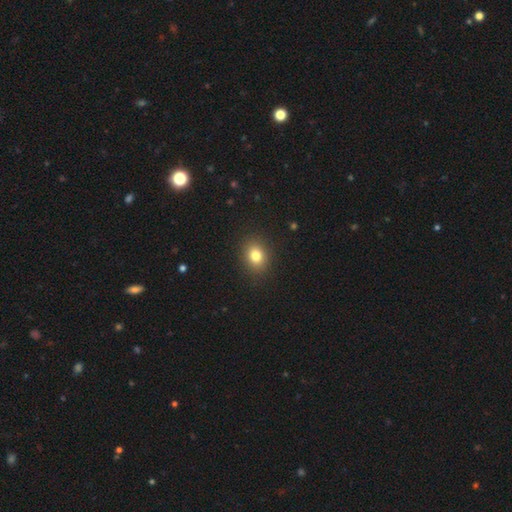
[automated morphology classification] type=smooth (81%); roundness=round (53%); merging=none (90%).